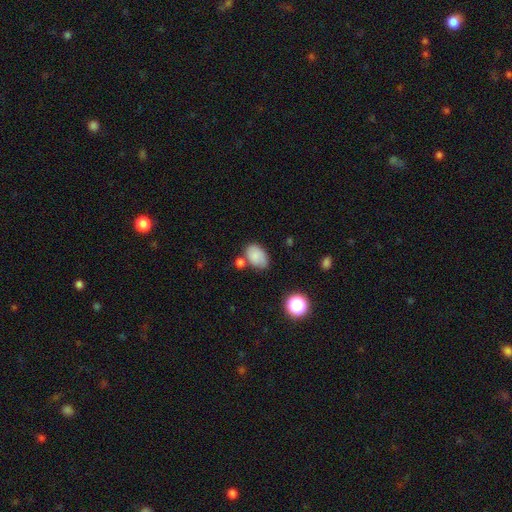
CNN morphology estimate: Smooth or featured? Predicted: smooth (p=0.82). How rounded? Predicted: in between (p=0.87). Merging? Predicted: none (p=0.59).